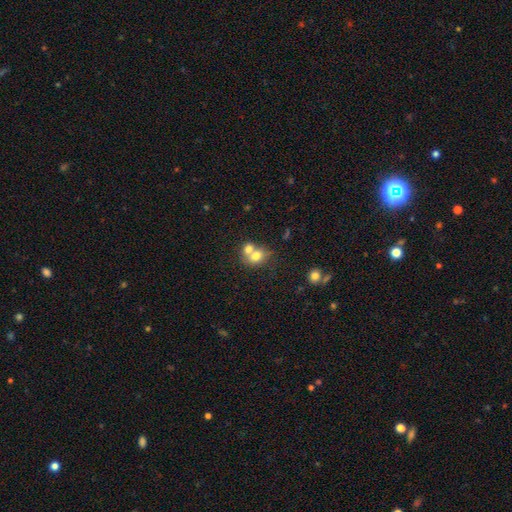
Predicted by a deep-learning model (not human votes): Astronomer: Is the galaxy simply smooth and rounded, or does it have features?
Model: smooth — 73%.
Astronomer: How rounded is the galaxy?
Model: round — 54% (runner-up: in between, 45%).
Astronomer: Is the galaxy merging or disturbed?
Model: merger — 62%.